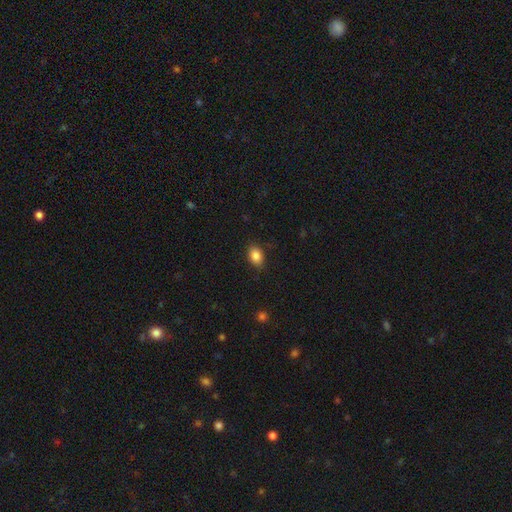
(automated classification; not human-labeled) Smooth or featured?
  - smooth: 86% *
  - star or artifact: 9%
  - featured or disk: 5%
How rounded?
  - in between: 81% *
  - round: 18%
  - cigar-shaped: 1%
Merging?
  - none: 84% *
  - minor disturbance: 12%
  - major disturbance: 3%
  - merger: 1%